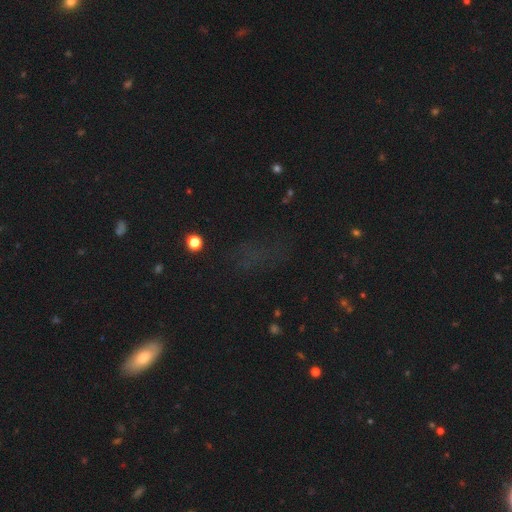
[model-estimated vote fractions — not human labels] This is possibly a star or artifact rather than a galaxy (51%).